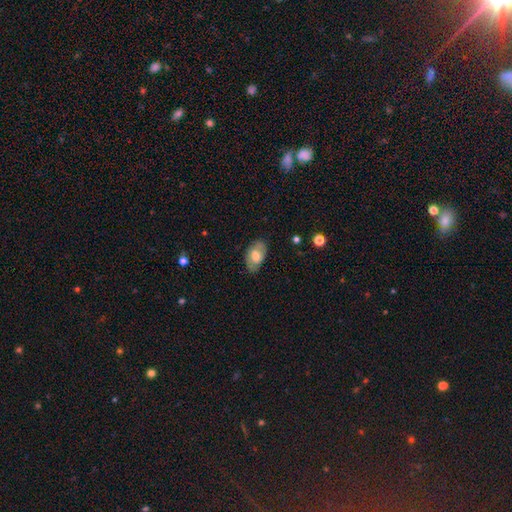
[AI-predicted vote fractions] Overall: smooth (58%; featured or disk 35%). How rounded: in between (92%). Merging: none (78%).